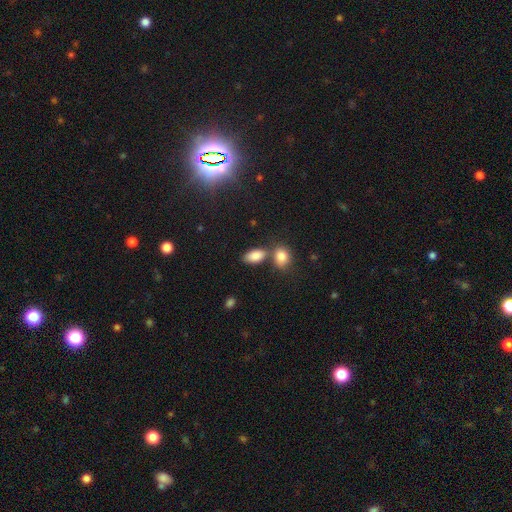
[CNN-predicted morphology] type=smooth (86%); roundness=in between (91%); merging=none (57%).